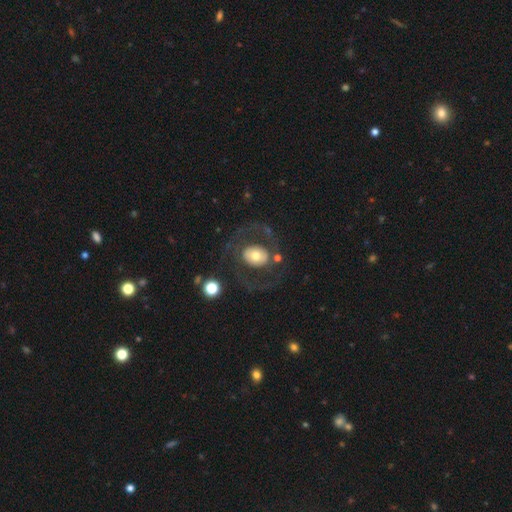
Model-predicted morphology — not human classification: featured or disk 52%, smooth 41%, star or artifact 7%. Down the decision tree: edge-on disk — no (95%); merging — none (64%).